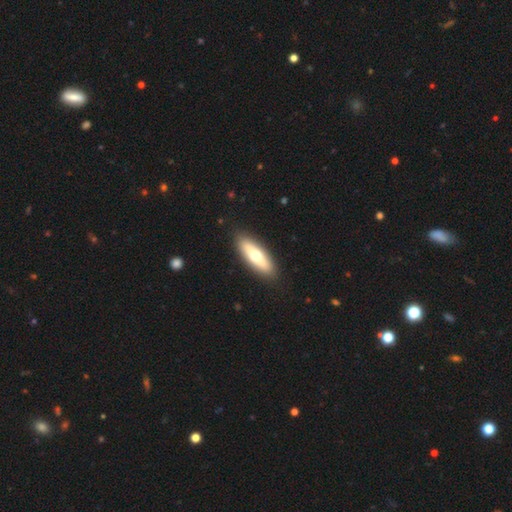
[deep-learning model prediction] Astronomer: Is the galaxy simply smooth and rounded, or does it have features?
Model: smooth — 58% (runner-up: featured or disk, 37%).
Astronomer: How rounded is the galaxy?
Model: in between — 57% (runner-up: cigar-shaped, 41%).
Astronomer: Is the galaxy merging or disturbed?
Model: none — 89%.